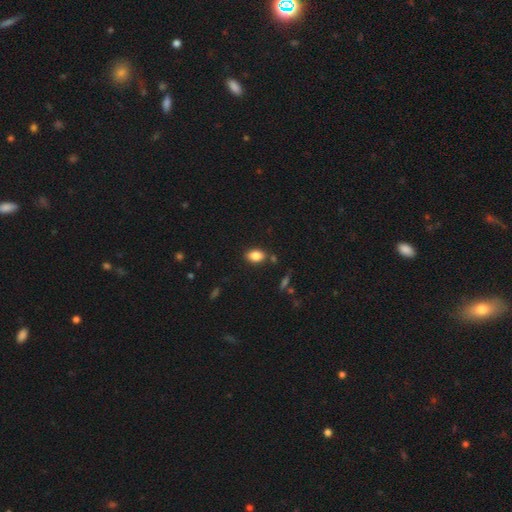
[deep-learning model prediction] Smooth or featured: smooth — 84% (star or artifact — 9%)
How rounded: in between — 86% (round — 11%)
Merging: none — 82% (minor disturbance — 11%)